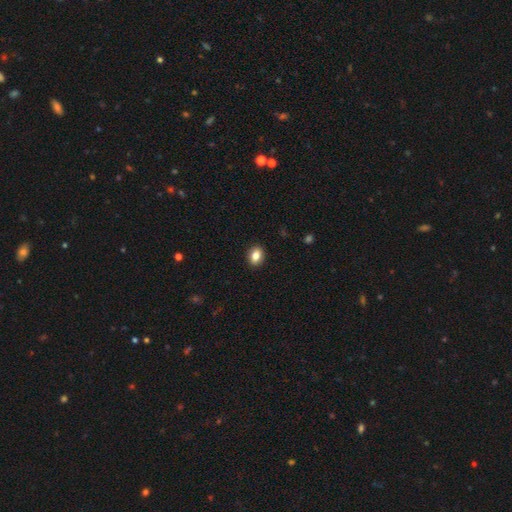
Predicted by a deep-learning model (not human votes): The model was most divided on "how rounded": in between: 70%, round: 29%, cigar-shaped: 1%. More confident: merging — none (91%); smooth or featured — smooth (84%).